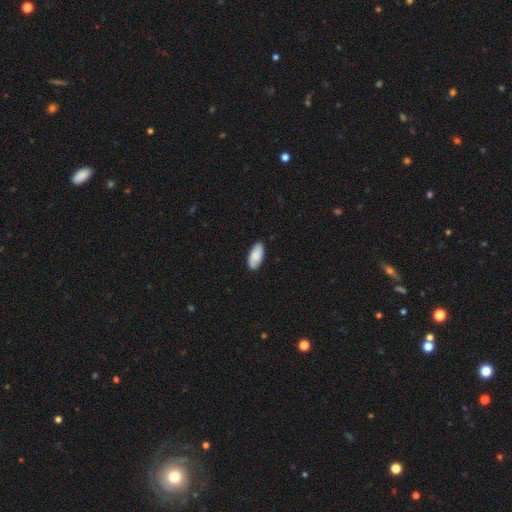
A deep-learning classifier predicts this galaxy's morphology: A smooth galaxy with no disk features (82%) that is in between round and cigar-shaped (90%).

Vote fractions:
- Smooth or featured? smooth: 82% / featured or disk: 12% / star or artifact: 6%
- How rounded? in between: 90% / cigar-shaped: 8% / round: 2%
- Merging? none: 85% / minor disturbance: 12% / major disturbance: 2% / merger: 1%